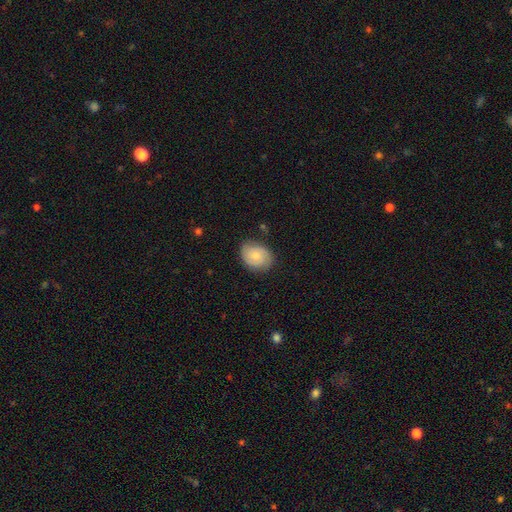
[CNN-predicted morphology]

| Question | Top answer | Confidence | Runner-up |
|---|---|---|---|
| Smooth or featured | smooth | 61% | featured or disk (32%) |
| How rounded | in between | 55% | round (44%) |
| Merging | none | 77% | minor disturbance (18%) |